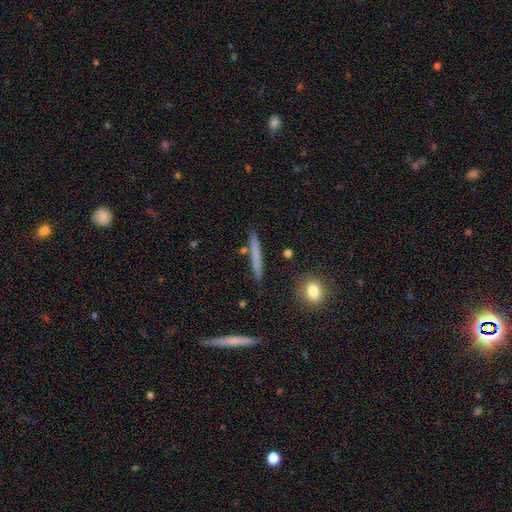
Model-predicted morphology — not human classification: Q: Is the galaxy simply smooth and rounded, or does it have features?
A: smooth — 61%.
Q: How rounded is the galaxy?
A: cigar-shaped — 95%.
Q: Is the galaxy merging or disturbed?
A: none — 88%.